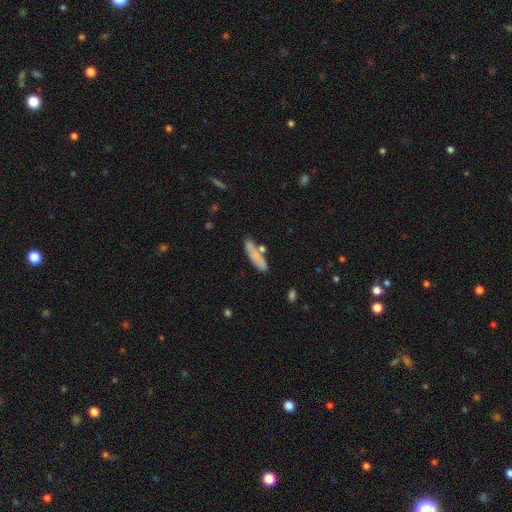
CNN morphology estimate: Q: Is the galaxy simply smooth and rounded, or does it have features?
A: smooth — 73%.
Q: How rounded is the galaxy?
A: cigar-shaped — 69%.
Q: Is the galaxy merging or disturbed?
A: none — 69%.